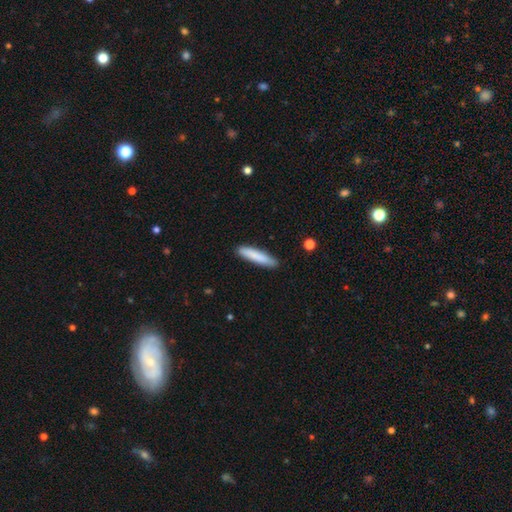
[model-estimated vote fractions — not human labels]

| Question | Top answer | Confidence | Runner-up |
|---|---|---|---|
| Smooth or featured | smooth | 83% | featured or disk (12%) |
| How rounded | cigar-shaped | 88% | in between (11%) |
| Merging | none | 89% | minor disturbance (9%) |